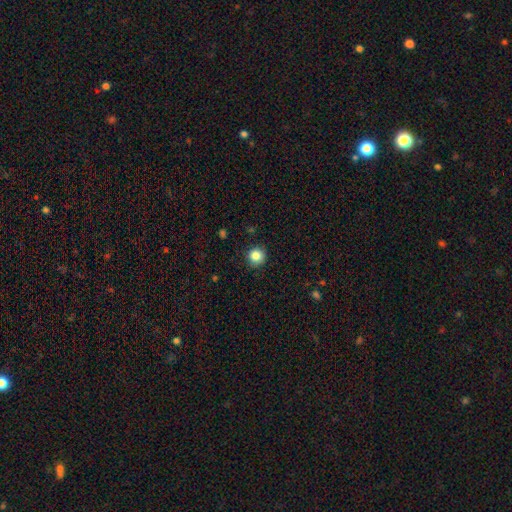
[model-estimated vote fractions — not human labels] Smooth or featured? smooth (85%)
How rounded? round (94%)
Merging? none (90%)